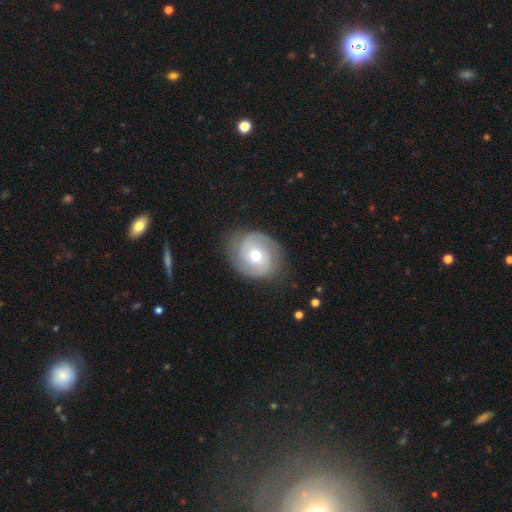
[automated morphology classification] A featured or disk galaxy (72%) with no bar (62%), 2 (81%) tight (47%) spiral arms (90%) and a moderate central bulge (65%).

Vote fractions:
- Smooth or featured? featured or disk: 72% / smooth: 22% / star or artifact: 6%
- Edge-on disk? no: 97% / yes: 3%
- Bar? no: 62% / weak: 30% / strong: 9%
- Spiral arms? yes: 90% / no: 10%
- Spiral winding? tight: 47% / medium: 40% / loose: 13%
- Spiral arm count? 2: 81% / can't tell: 9% / 3: 4% / 1: 3% / 4: 1% / more than 4: 1%
- Bulge size? moderate: 65% / small: 29% / large: 4% / dominant: 1% / none: 1%
- Merging? none: 77% / minor disturbance: 16% / major disturbance: 6% / merger: 1%